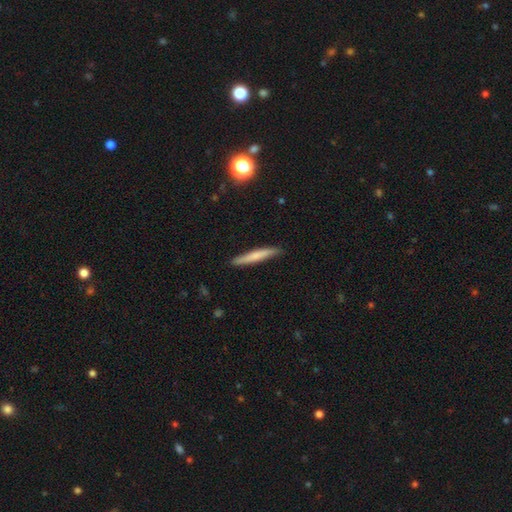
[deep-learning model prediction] Smooth or featured: smooth — 66% (featured or disk — 28%)
How rounded: cigar-shaped — 95% (in between — 4%)
Merging: none — 87% (minor disturbance — 10%)